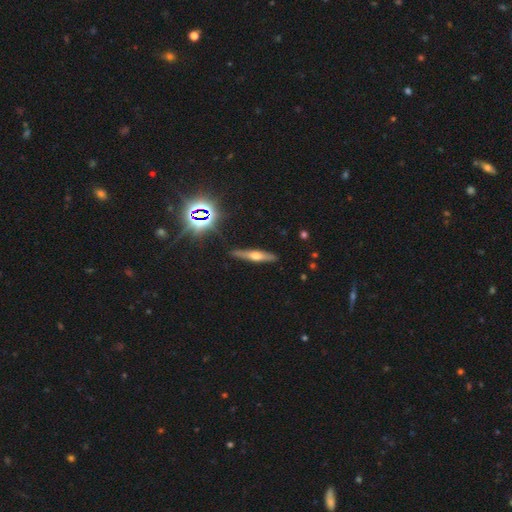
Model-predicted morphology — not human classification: A featured or disk galaxy (49%).

Vote fractions:
- Smooth or featured? featured or disk: 49% / smooth: 38% / star or artifact: 13%
- Merging? none: 87% / minor disturbance: 10% / major disturbance: 2% / merger: 2%